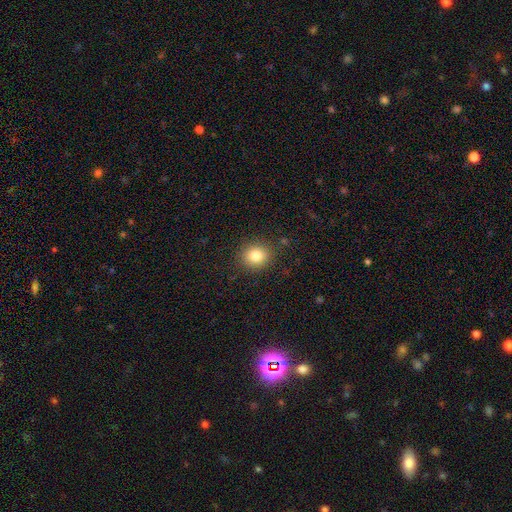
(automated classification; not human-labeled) Smooth or featured: smooth — 82% (star or artifact — 11%)
How rounded: round — 82% (in between — 18%)
Merging: none — 88% (minor disturbance — 8%)